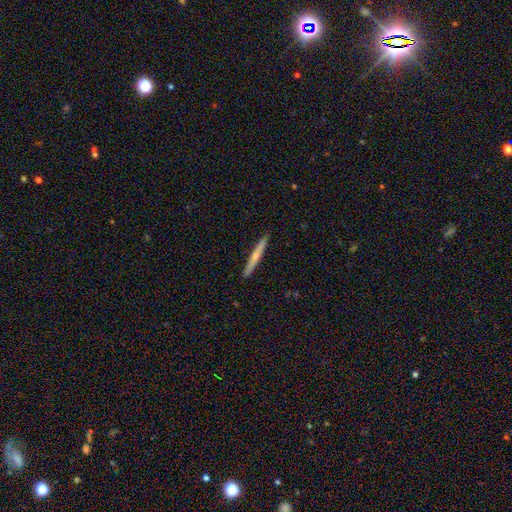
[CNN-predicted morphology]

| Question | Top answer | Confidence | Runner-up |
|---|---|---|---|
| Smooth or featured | featured or disk | 49% | smooth (45%) |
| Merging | none | 92% | minor disturbance (6%) |